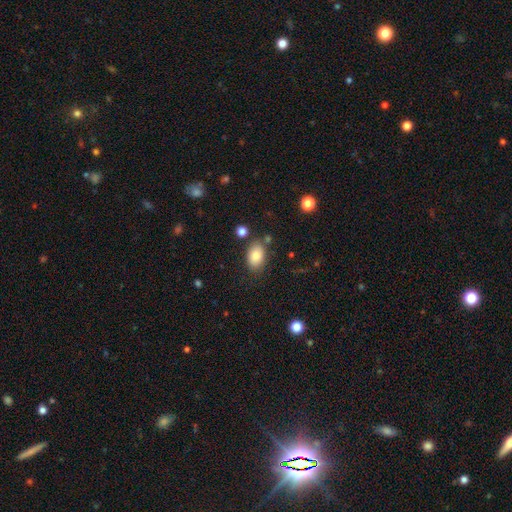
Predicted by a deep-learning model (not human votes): A smooth galaxy with no disk features (82%) that is in between round and cigar-shaped (88%). Merging: none (79%).